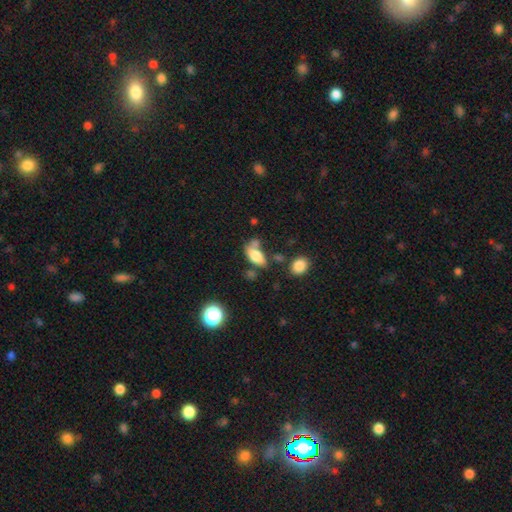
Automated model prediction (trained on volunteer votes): smooth 73%, featured or disk 17%, star or artifact 10%. Down the decision tree: how rounded — in between (85%); merging — none (45%).